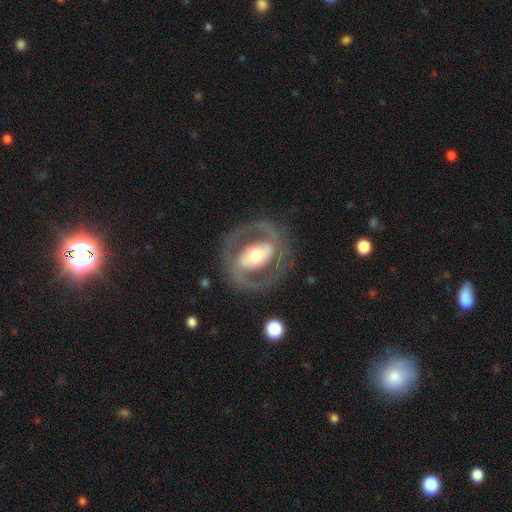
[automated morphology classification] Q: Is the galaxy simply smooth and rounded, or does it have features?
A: featured or disk — 80%.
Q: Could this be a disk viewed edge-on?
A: no — 95%.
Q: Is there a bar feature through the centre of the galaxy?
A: strong — 50%.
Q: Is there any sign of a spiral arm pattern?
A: yes — 64%.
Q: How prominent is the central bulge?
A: moderate — 63%.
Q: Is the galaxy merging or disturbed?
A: none — 78%.